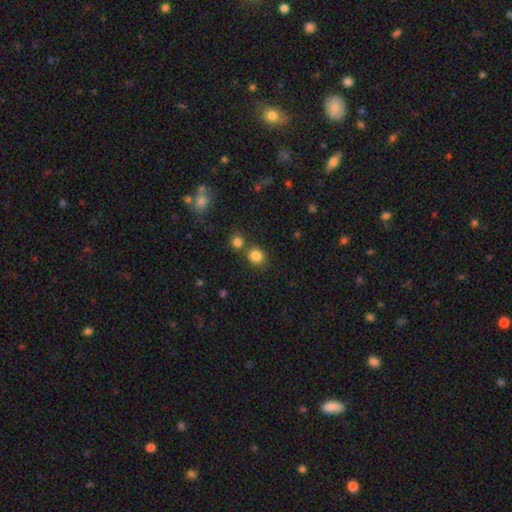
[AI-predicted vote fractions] Smooth or featured: smooth — 83% (star or artifact — 12%)
How rounded: round — 80% (in between — 19%)
Merging: none — 70% (merger — 17%)